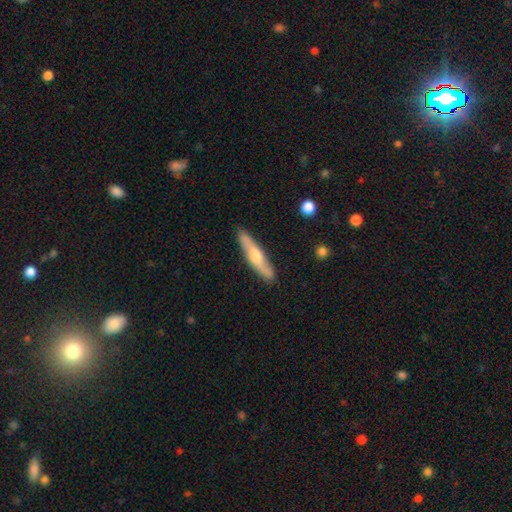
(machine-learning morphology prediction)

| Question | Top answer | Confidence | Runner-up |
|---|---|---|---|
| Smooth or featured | featured or disk | 50% | smooth (45%) |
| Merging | none | 87% | minor disturbance (10%) |